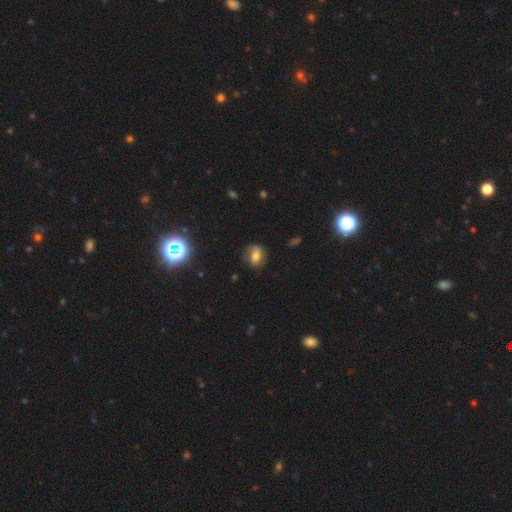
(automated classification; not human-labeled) A smooth galaxy with no disk features (60%) that is in between round and cigar-shaped (59%).

Vote fractions:
- Smooth or featured? smooth: 60% / featured or disk: 26% / star or artifact: 14%
- How rounded? in between: 59% / round: 39% / cigar-shaped: 2%
- Merging? none: 73% / minor disturbance: 19% / major disturbance: 7% / merger: 2%